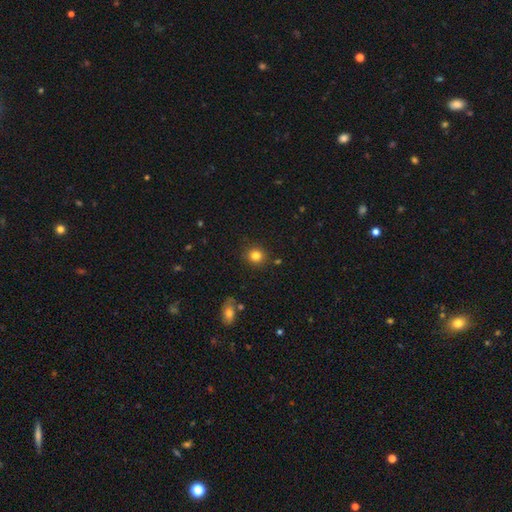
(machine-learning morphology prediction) This is clearly a smooth galaxy (81%). How rounded: clearly round (87%). Merging: clearly none (88%).